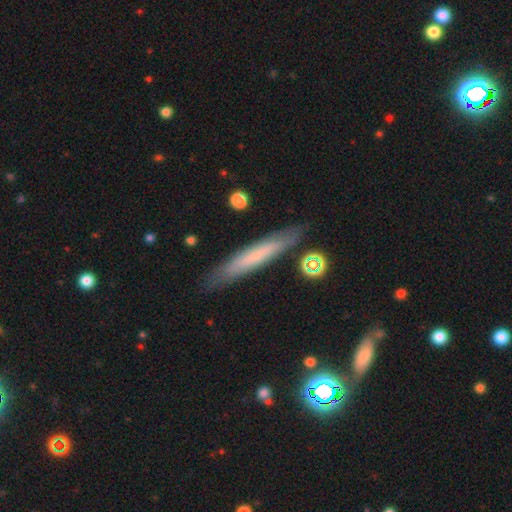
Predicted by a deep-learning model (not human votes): A smooth galaxy with no disk features (58%) that is cigar-shaped (93%).

Vote fractions:
- Smooth or featured? smooth: 58% / featured or disk: 35% / star or artifact: 7%
- How rounded? cigar-shaped: 93% / in between: 5% / round: 1%
- Merging? none: 85% / minor disturbance: 10% / major disturbance: 2% / merger: 2%